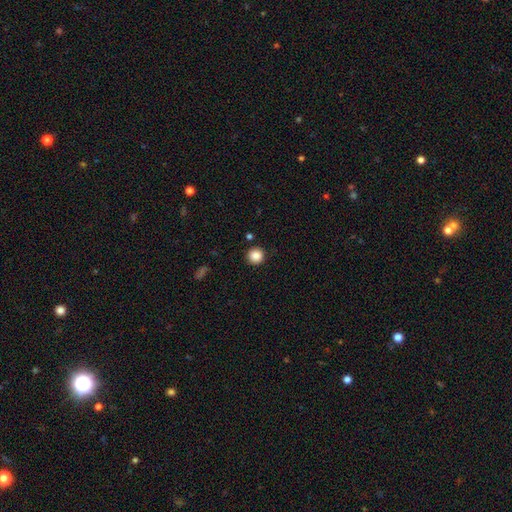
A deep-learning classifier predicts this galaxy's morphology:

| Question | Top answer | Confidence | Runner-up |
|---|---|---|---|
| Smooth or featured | smooth | 87% | star or artifact (10%) |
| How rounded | round | 95% | in between (4%) |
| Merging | none | 91% | minor disturbance (5%) |